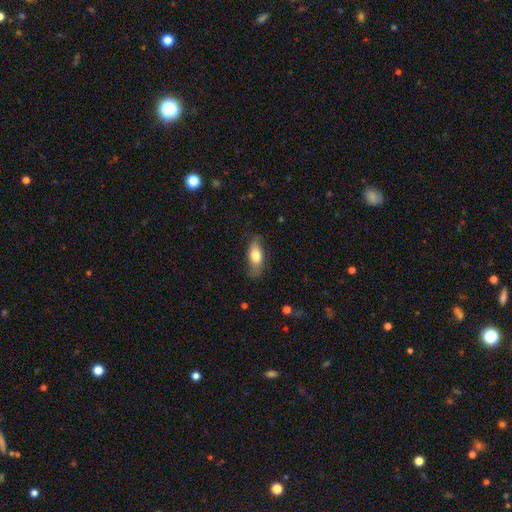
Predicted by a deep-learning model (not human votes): Smooth or featured?
  - smooth: 65% *
  - featured or disk: 29%
  - star or artifact: 7%
How rounded?
  - in between: 77% *
  - cigar-shaped: 18%
  - round: 5%
Merging?
  - none: 71% *
  - minor disturbance: 22%
  - major disturbance: 6%
  - merger: 1%